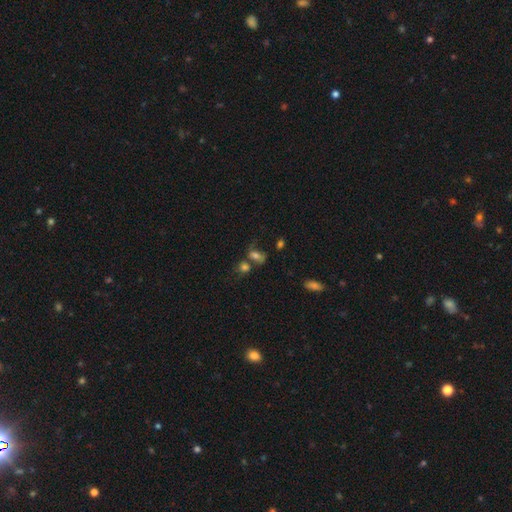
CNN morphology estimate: smooth 64%, featured or disk 20%, star or artifact 16%. Down the decision tree: how rounded — in between (68%); merging — merger (37%).